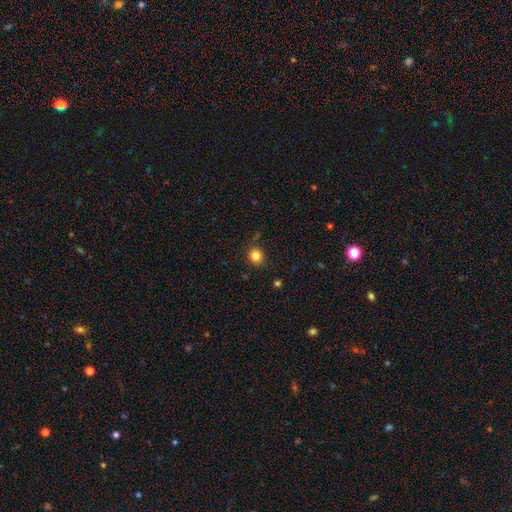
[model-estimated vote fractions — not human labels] A smooth galaxy with no disk features (83%) that is round (86%).

Vote fractions:
- Smooth or featured? smooth: 83% / star or artifact: 12% / featured or disk: 5%
- How rounded? round: 86% / in between: 13% / cigar-shaped: 1%
- Merging? none: 83% / minor disturbance: 12% / major disturbance: 3% / merger: 2%